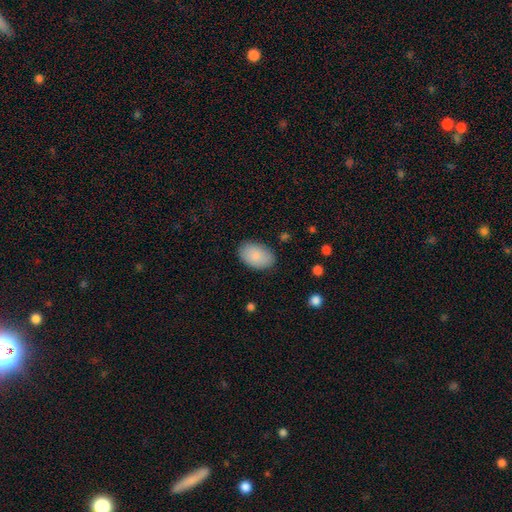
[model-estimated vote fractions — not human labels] Smooth or featured?
  - smooth: 89% *
  - star or artifact: 6%
  - featured or disk: 6%
How rounded?
  - in between: 92% *
  - round: 6%
  - cigar-shaped: 1%
Merging?
  - none: 85% *
  - minor disturbance: 11%
  - major disturbance: 3%
  - merger: 1%